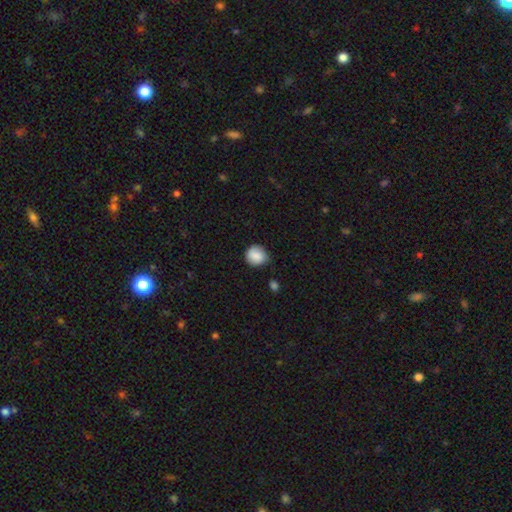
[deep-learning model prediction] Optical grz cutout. It shows a smooth galaxy with no disk features (84%) that is round (83%). Merging: none (71%).